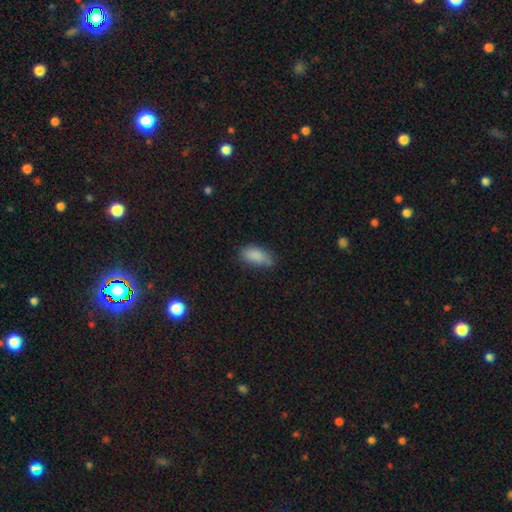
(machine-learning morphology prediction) A smooth galaxy with no disk features (86%) that is in between round and cigar-shaped (89%).

Vote fractions:
- Smooth or featured? smooth: 86% / star or artifact: 7% / featured or disk: 7%
- How rounded? in between: 89% / cigar-shaped: 9% / round: 3%
- Merging? none: 67% / minor disturbance: 26% / major disturbance: 5% / merger: 2%